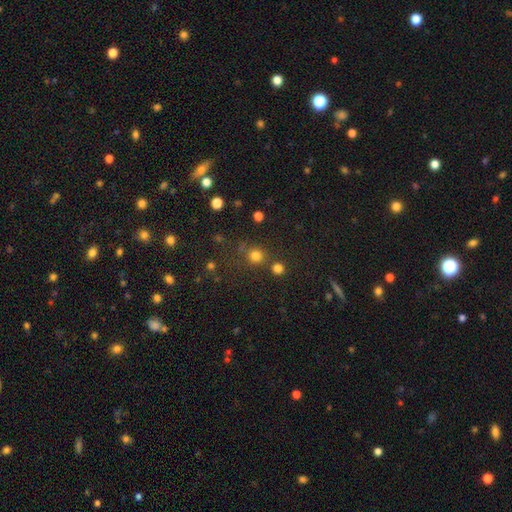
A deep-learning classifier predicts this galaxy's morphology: type=smooth (77%); roundness=round (90%); merging=none (74%).